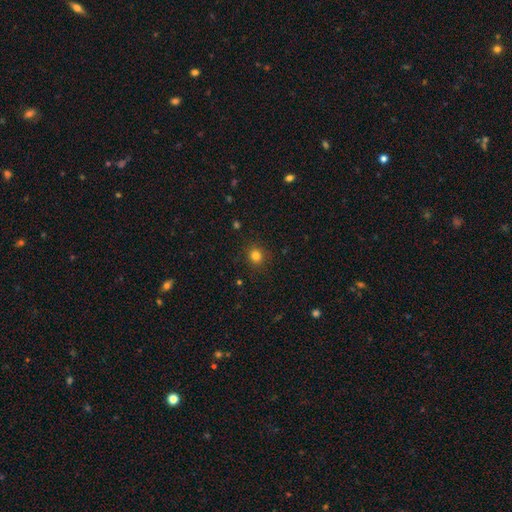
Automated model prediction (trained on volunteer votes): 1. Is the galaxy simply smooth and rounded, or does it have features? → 81% smooth, 14% star or artifact, 5% featured or disk.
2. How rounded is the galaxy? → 86% round, 13% in between, 1% cigar-shaped.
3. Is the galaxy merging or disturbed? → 89% none, 8% minor disturbance, 2% major disturbance, 1% merger.